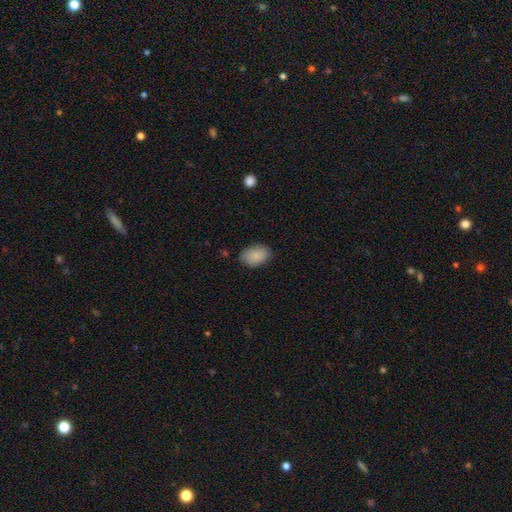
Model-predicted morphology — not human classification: A smooth galaxy with no disk features (87%) that is in between round and cigar-shaped (85%).

Vote fractions:
- Smooth or featured? smooth: 87% / star or artifact: 7% / featured or disk: 6%
- How rounded? in between: 85% / round: 14% / cigar-shaped: 1%
- Merging? none: 81% / minor disturbance: 15% / major disturbance: 3% / merger: 1%